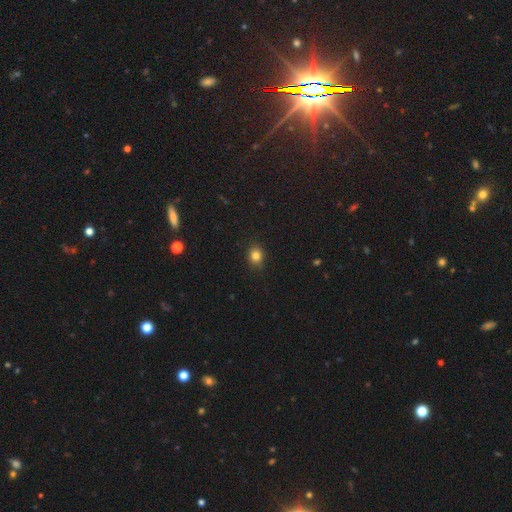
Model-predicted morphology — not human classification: smooth_or_featured: smooth (p=0.82) [alt: star or artifact p=0.12]
how_rounded: round (p=0.63) [alt: in between p=0.36]
merging: none (p=0.86) [alt: minor disturbance p=0.11]